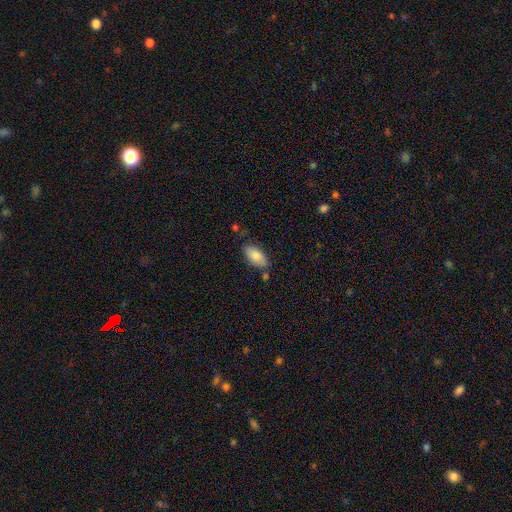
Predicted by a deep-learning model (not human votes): Overall: smooth (86%). How rounded: in between (92%). Merging: none (69%).